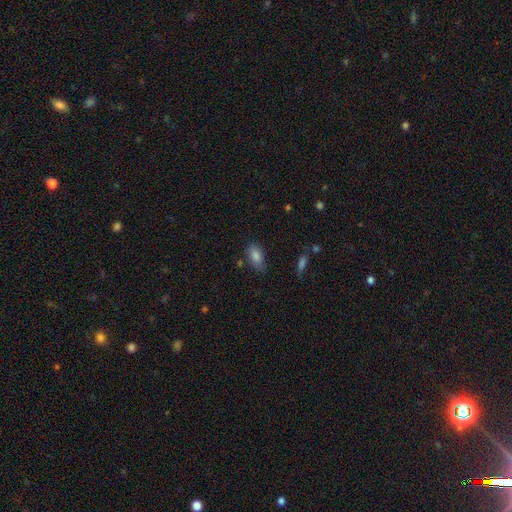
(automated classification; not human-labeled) This is clearly a smooth galaxy (82%). How rounded: clearly in between (89%). Merging: likely none (71%).